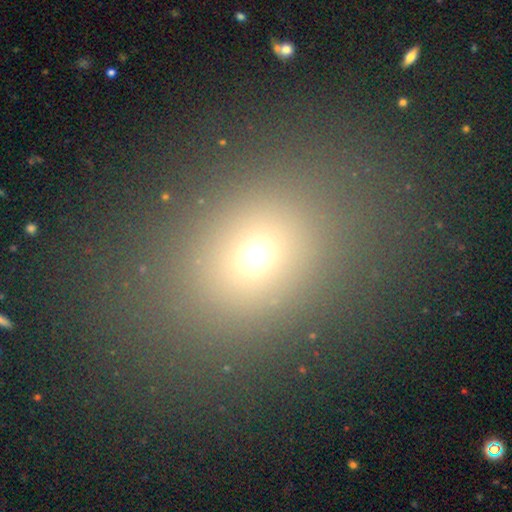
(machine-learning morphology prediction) Smooth or featured: smooth — 68% (star or artifact — 21%)
How rounded: in between — 53% (round — 45%)
Merging: none — 80% (minor disturbance — 10%)